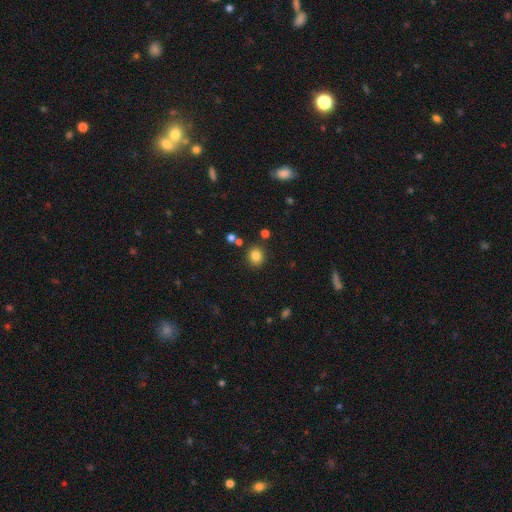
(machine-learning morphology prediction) smooth 82%, star or artifact 12%, featured or disk 5%. Down the decision tree: how rounded — round (75%); merging — none (83%).